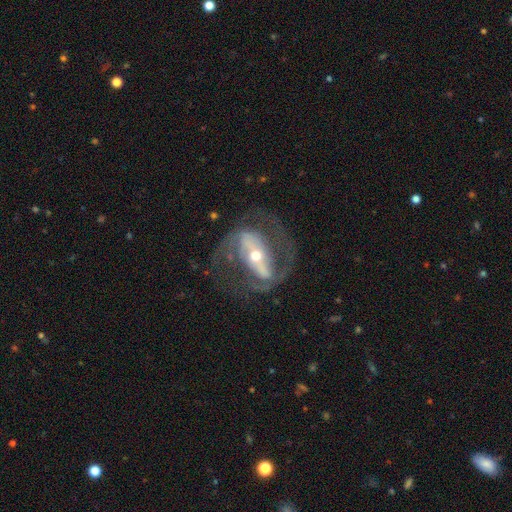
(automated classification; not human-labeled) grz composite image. It shows a featured or disk galaxy (88%) with a strong bar (62%), 2 (88%) medium (55%) spiral arms (90%) and a moderate central bulge (56%). Merging: none (67%).